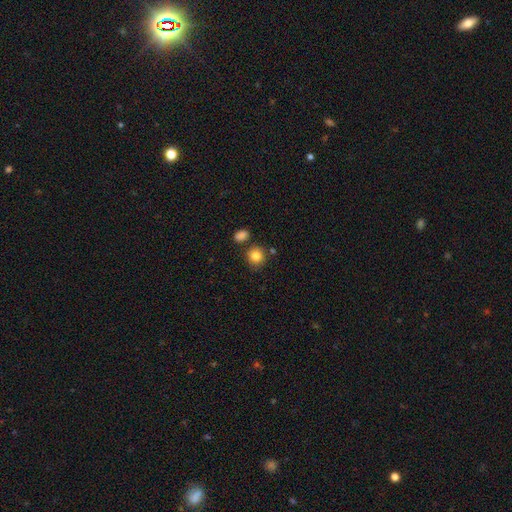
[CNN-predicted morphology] Smooth or featured? Predicted: smooth (p=0.84). How rounded? Predicted: round (p=0.86). Merging? Predicted: none (p=0.78).